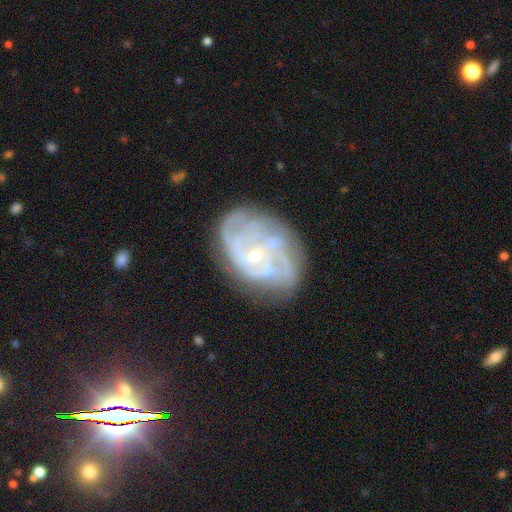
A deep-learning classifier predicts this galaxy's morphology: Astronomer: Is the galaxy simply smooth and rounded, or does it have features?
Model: featured or disk — 82%.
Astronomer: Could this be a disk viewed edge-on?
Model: no — 97%.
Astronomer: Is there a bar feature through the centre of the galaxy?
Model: no — 66%.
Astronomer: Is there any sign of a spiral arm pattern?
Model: yes — 87%.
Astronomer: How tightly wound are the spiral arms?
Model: tight — 49% (runner-up: medium, 37%).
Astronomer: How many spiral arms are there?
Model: can't tell — 38% (runner-up: 4, 17%).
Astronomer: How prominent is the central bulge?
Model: small — 80%.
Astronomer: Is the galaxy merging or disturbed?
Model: none — 62%.